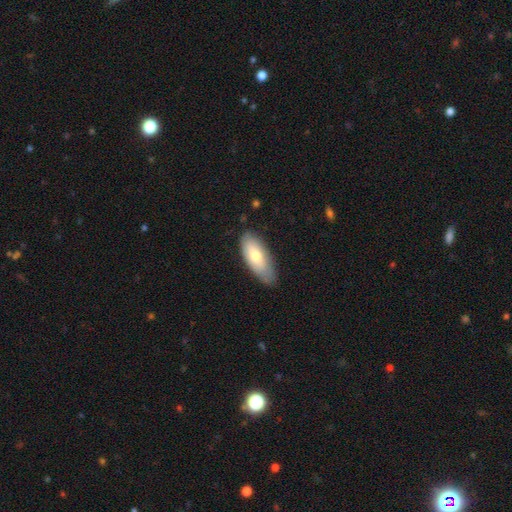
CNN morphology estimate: smooth 68%, featured or disk 27%, star or artifact 6%. Down the decision tree: how rounded — in between (82%); merging — none (69%).